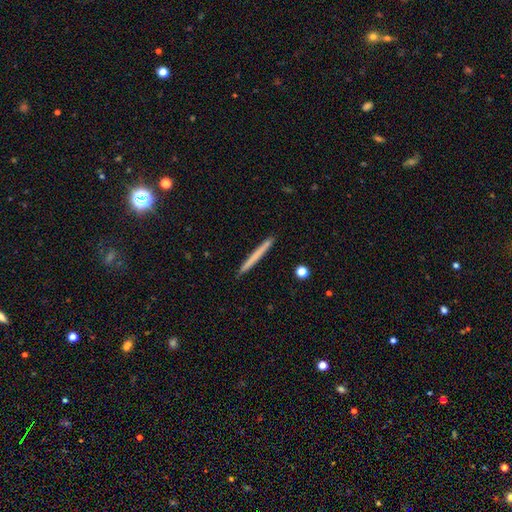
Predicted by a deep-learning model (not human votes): Morphology: type=smooth (63%); roundness=cigar-shaped (97%); merging=none (93%).